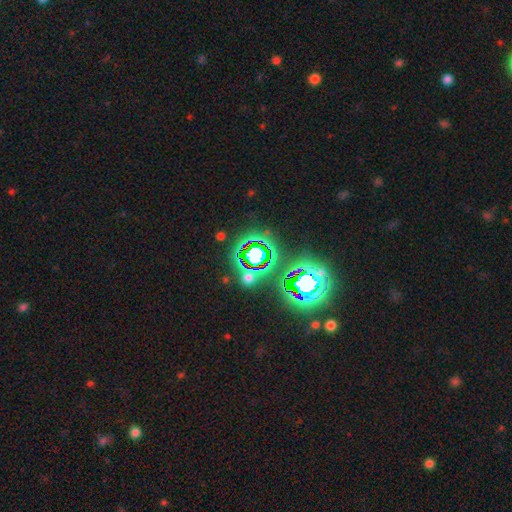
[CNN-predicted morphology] Smooth or featured? star or artifact (71%)